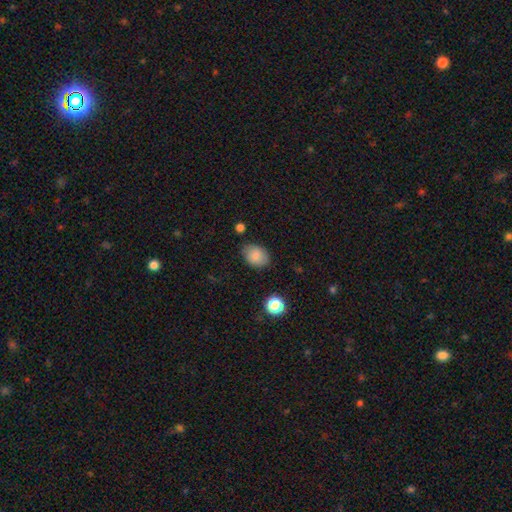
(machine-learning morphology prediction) Smooth or featured: smooth — 84% (star or artifact — 9%)
How rounded: in between — 77% (round — 22%)
Merging: none — 80% (minor disturbance — 15%)